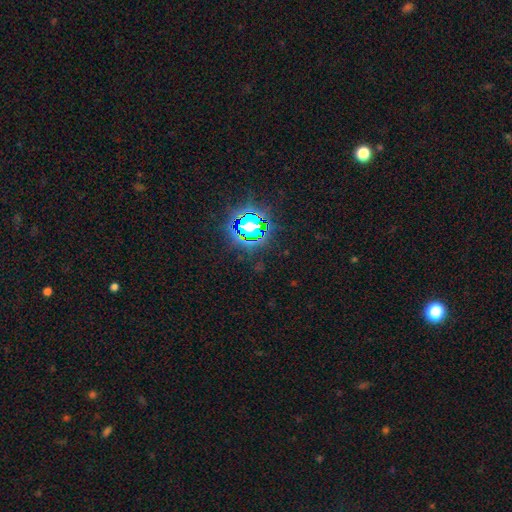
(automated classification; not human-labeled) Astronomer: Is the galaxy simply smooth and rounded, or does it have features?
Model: star or artifact — 81%.